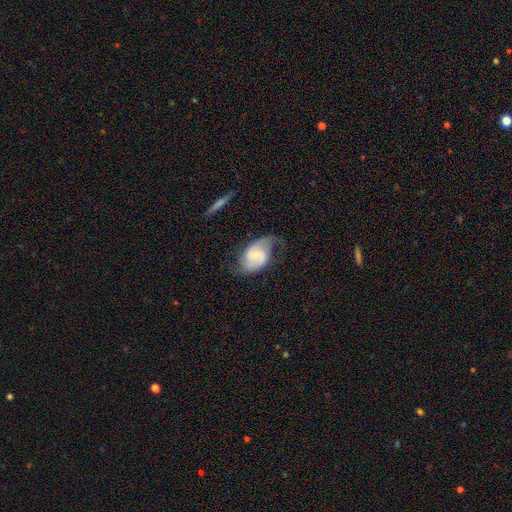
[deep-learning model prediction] Q: Smooth or featured?
A: featured or disk (76%); runner-up: smooth (18%)
Q: Edge-on disk?
A: no (97%); runner-up: yes (3%)
Q: Bar?
A: no (50%); runner-up: weak (41%)
Q: Spiral arms?
A: yes (94%); runner-up: no (6%)
Q: Spiral winding?
A: medium (46%); runner-up: loose (30%)
Q: Spiral arm count?
A: 2 (83%); runner-up: can't tell (7%)
Q: Bulge size?
A: small (54%); runner-up: moderate (35%)
Q: Merging?
A: none (56%); runner-up: minor disturbance (25%)